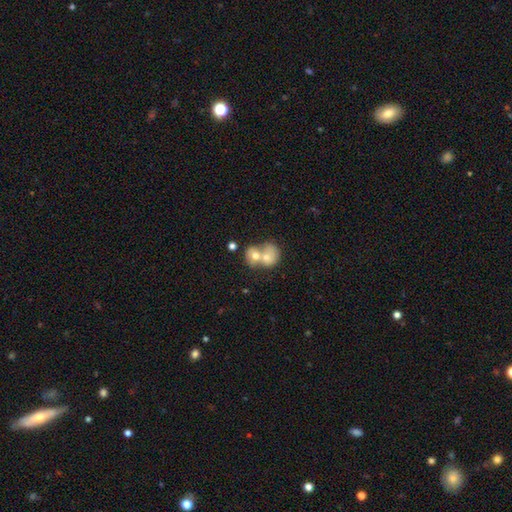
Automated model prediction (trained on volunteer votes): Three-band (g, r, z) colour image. It shows a smooth galaxy with no disk features (53%) that is round (62%). Merging: merger (67%).